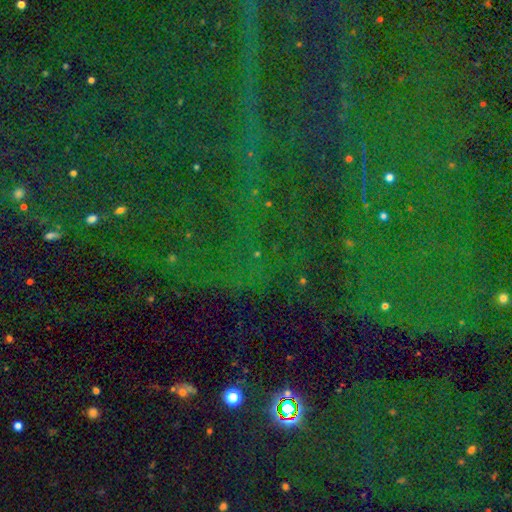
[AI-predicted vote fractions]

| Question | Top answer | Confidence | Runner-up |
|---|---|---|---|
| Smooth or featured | star or artifact | 83% | smooth (9%) |